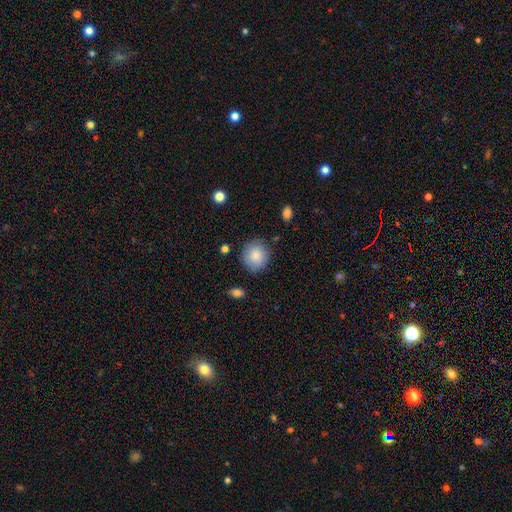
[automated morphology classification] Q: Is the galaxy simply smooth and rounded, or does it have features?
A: smooth — 85%.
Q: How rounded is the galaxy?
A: round — 87%.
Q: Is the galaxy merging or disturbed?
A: none — 83%.